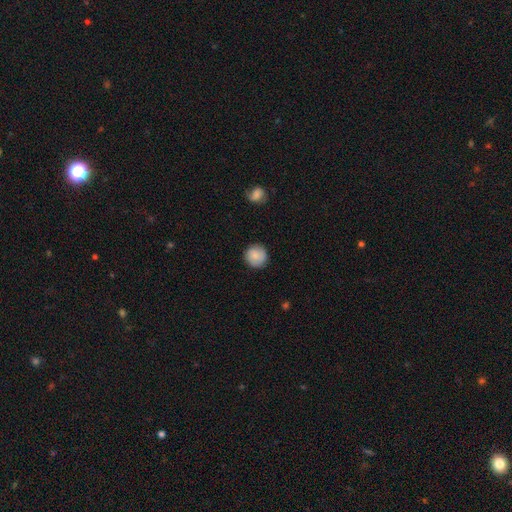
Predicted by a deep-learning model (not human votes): Morphology: type=smooth (84%); roundness=round (94%); merging=none (87%).